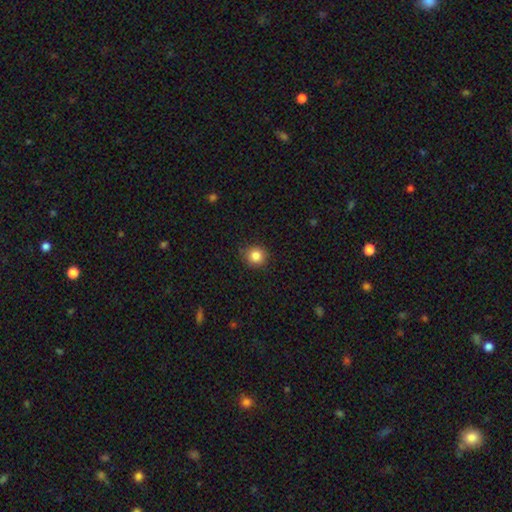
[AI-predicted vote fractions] smooth-or-featured: smooth: 85% | star or artifact: 10% | featured or disk: 5%
  how-rounded: round: 90% | in between: 9% | cigar-shaped: 1%
  merging: none: 88% | minor disturbance: 9% | major disturbance: 2% | merger: 1%